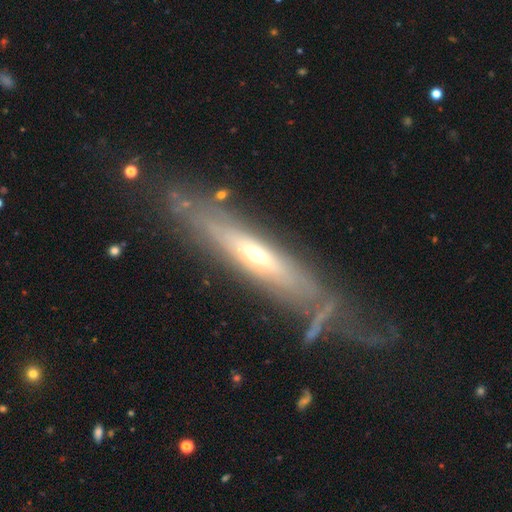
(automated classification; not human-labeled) A featured or disk galaxy (72%) viewed edge-on (55%).

Vote fractions:
- Smooth or featured? featured or disk: 72% / smooth: 22% / star or artifact: 7%
- Edge-on disk? yes: 55% / no: 45%
- Merging? none: 59% / minor disturbance: 19% / major disturbance: 17% / merger: 6%